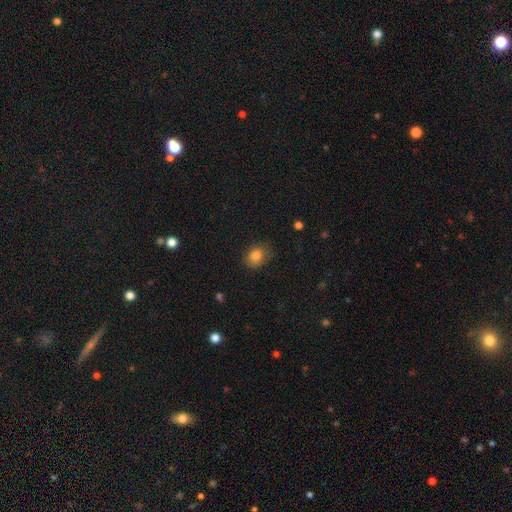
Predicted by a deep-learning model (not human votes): A smooth galaxy with no disk features (83%) that is round (53%). Merging: none (71%).